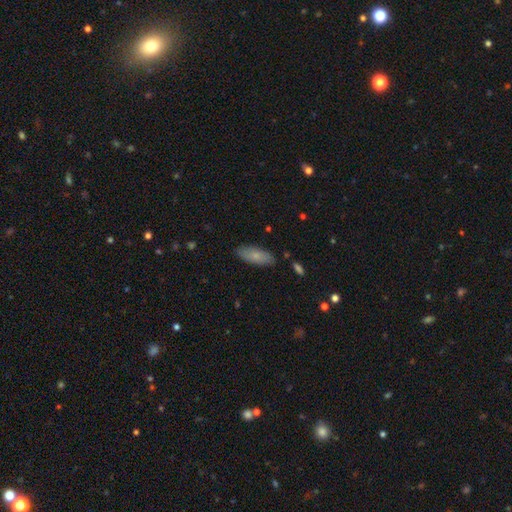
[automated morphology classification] Q: Smooth or featured?
A: smooth (80%); runner-up: featured or disk (14%)
Q: How rounded?
A: in between (75%); runner-up: cigar-shaped (23%)
Q: Merging?
A: none (86%); runner-up: minor disturbance (11%)